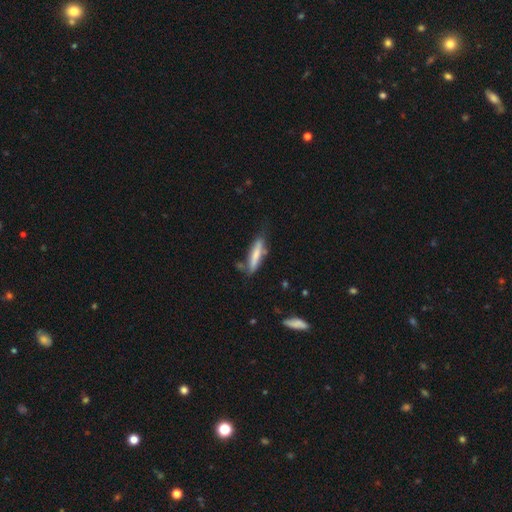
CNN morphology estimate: smooth-or-featured: smooth: 69% | featured or disk: 25% | star or artifact: 6%
  how-rounded: cigar-shaped: 80% | in between: 19% | round: 2%
  merging: none: 61% | minor disturbance: 25% | merger: 8% | major disturbance: 7%